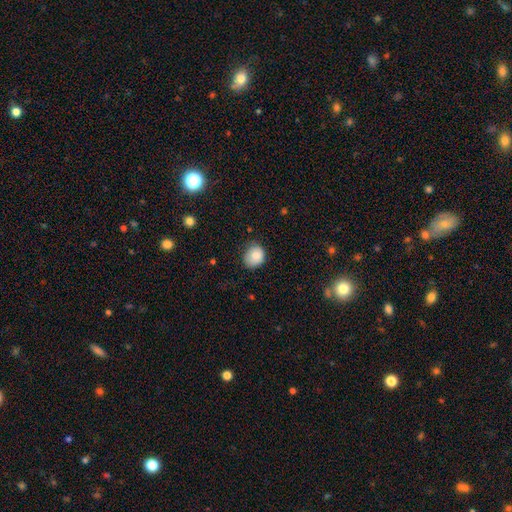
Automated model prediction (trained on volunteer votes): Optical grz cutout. It shows a smooth galaxy with no disk features (83%) that is round (66%). Merging: none (69%).